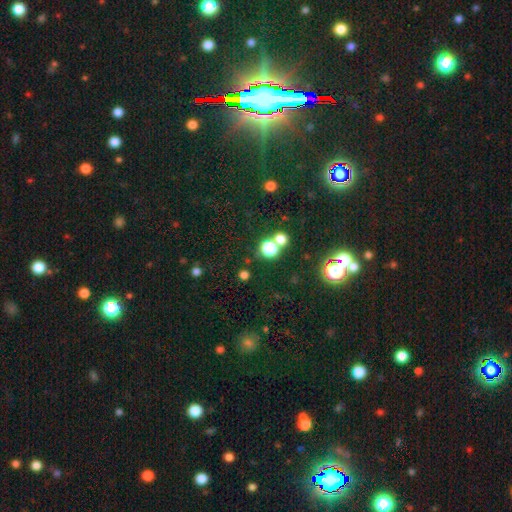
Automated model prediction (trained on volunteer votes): Morphology: type=star or artifact (83%).